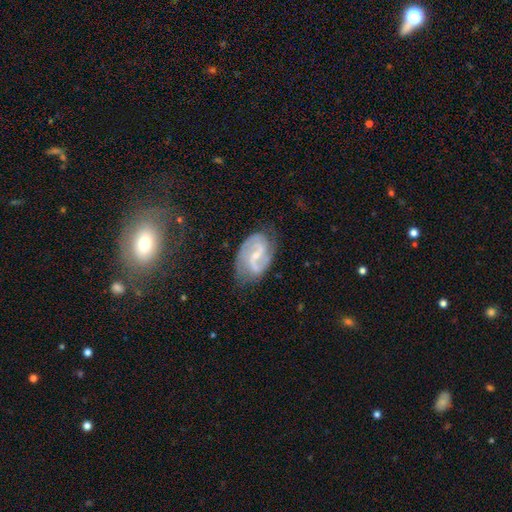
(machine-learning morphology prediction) Smooth or featured: featured or disk — 86% (smooth — 8%)
Edge-on disk: no — 97% (yes — 3%)
Bar: weak — 51% (strong — 26%)
Spiral arms: yes — 96% (no — 4%)
Spiral winding: medium — 51% (loose — 25%)
Spiral arm count: 2 — 84% (can't tell — 6%)
Bulge size: small — 66% (moderate — 28%)
Merging: none — 69% (minor disturbance — 21%)